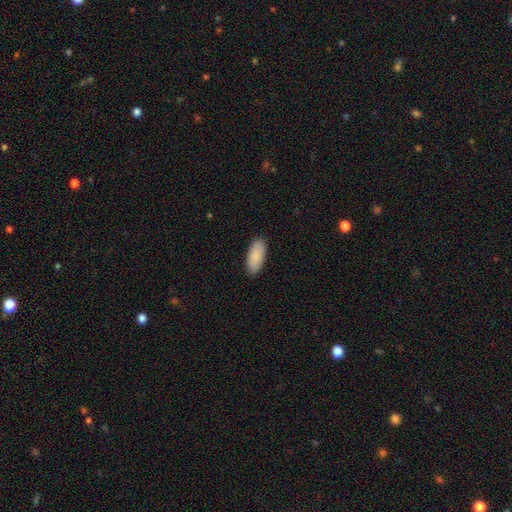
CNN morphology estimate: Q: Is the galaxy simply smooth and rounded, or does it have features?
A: smooth — 89%.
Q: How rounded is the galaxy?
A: in between — 91%.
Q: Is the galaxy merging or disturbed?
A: none — 89%.